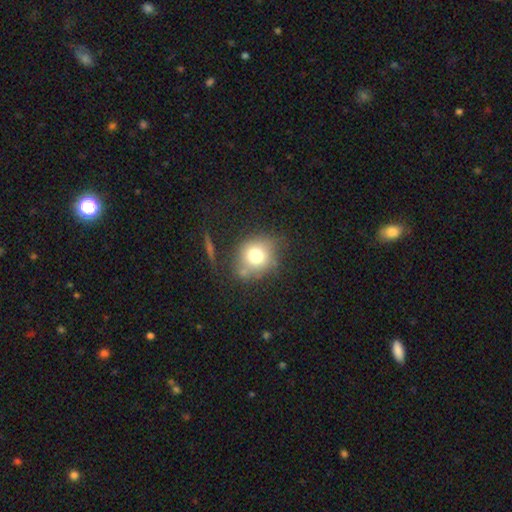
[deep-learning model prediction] A smooth galaxy with no disk features (73%) that is round (77%). Merging: none (68%).